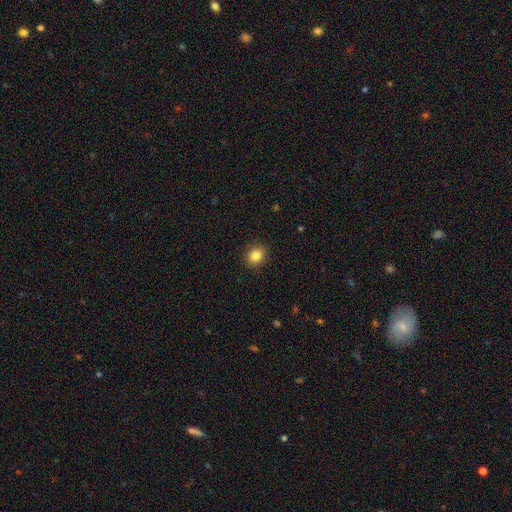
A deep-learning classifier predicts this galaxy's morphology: A smooth galaxy with no disk features (85%) that is round (61%).

Vote fractions:
- Smooth or featured? smooth: 85% / star or artifact: 10% / featured or disk: 5%
- How rounded? round: 61% / in between: 38% / cigar-shaped: 1%
- Merging? none: 90% / minor disturbance: 7% / major disturbance: 2% / merger: 1%